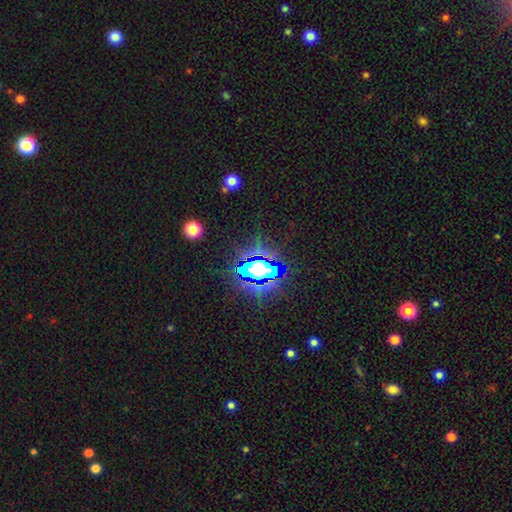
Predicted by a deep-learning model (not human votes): This appears to be a star or artifact, not a galaxy (81%).